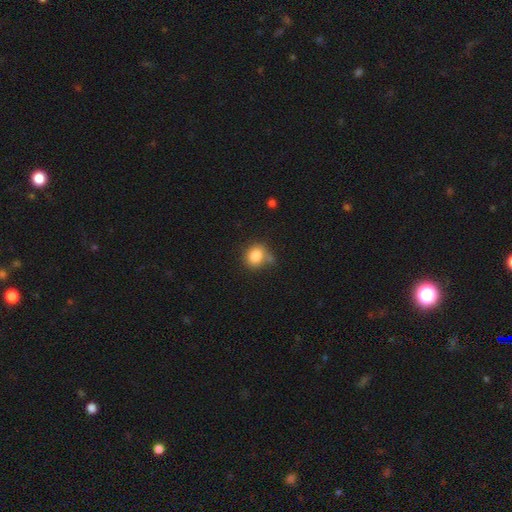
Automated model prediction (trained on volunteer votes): A smooth galaxy with no disk features (84%) that is round (68%). Merging: none (59%).